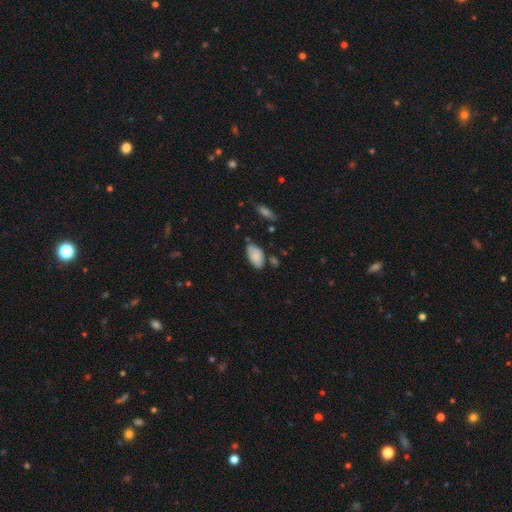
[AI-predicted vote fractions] Q: Smooth or featured?
A: smooth (83%); runner-up: featured or disk (10%)
Q: How rounded?
A: in between (94%); runner-up: cigar-shaped (3%)
Q: Merging?
A: none (66%); runner-up: minor disturbance (25%)